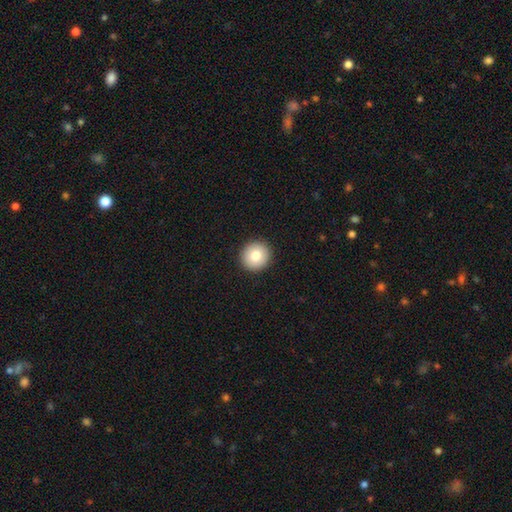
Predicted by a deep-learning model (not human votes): Q: Smooth or featured?
A: smooth (79%); runner-up: featured or disk (13%)
Q: How rounded?
A: round (94%); runner-up: in between (5%)
Q: Merging?
A: none (93%); runner-up: minor disturbance (5%)